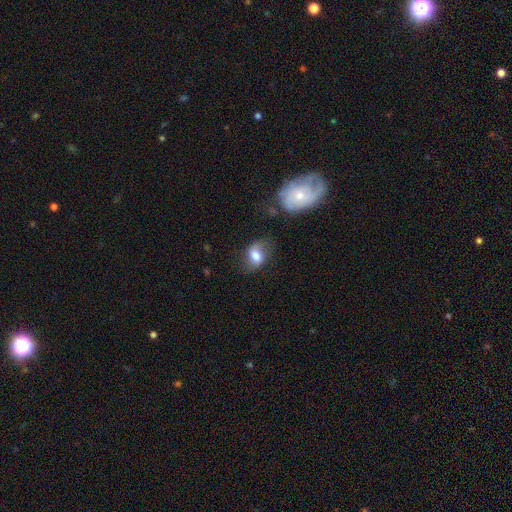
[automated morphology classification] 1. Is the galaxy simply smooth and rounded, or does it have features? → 63% smooth, 28% featured or disk, 9% star or artifact.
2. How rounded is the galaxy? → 74% in between, 24% round, 2% cigar-shaped.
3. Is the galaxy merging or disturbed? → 59% none, 26% minor disturbance, 11% major disturbance, 4% merger.